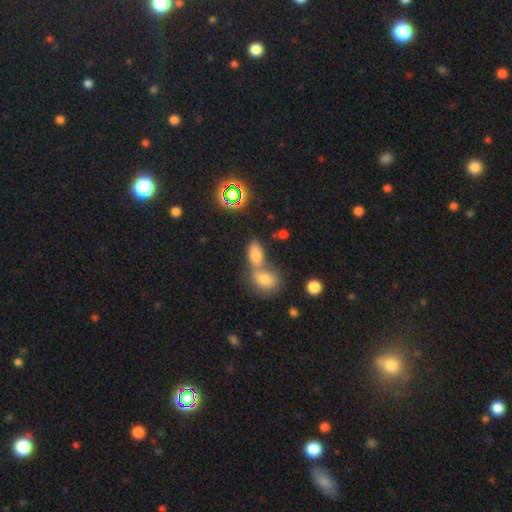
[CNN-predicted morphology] Q: Smooth or featured?
A: smooth (68%); runner-up: star or artifact (19%)
Q: How rounded?
A: in between (78%); runner-up: round (17%)
Q: Merging?
A: merger (51%); runner-up: none (38%)